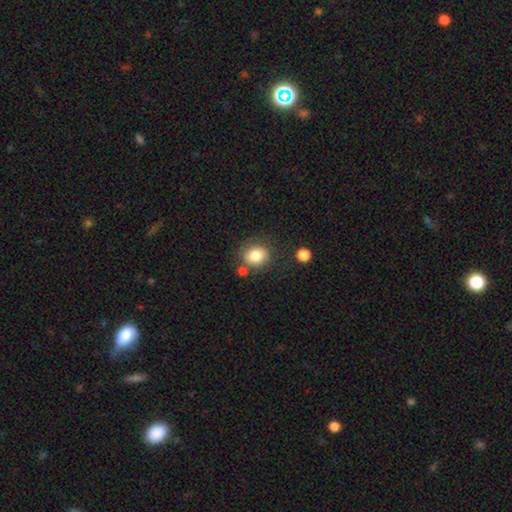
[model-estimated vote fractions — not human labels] Smooth or featured: smooth — 82% (star or artifact — 9%)
How rounded: round — 67% (in between — 32%)
Merging: none — 68% (minor disturbance — 15%)